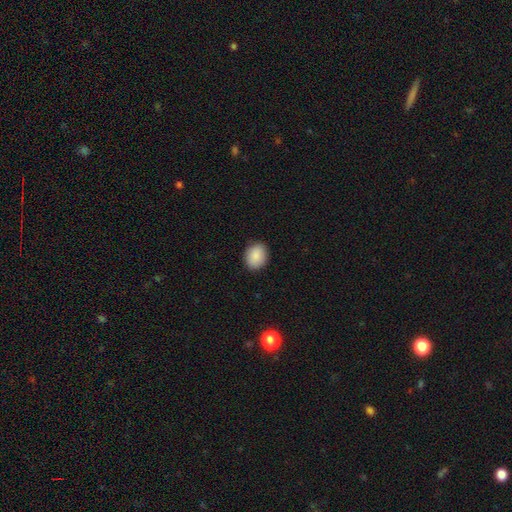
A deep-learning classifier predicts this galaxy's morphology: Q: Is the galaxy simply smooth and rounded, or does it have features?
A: smooth — 88%.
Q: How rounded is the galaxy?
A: in between — 61%.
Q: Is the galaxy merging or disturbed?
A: none — 89%.